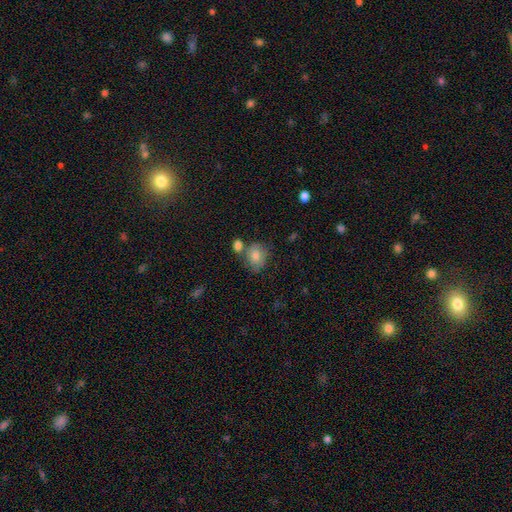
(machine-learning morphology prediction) Smooth or featured: smooth — 80% (featured or disk — 12%)
How rounded: round — 54% (in between — 45%)
Merging: none — 55% (merger — 22%)